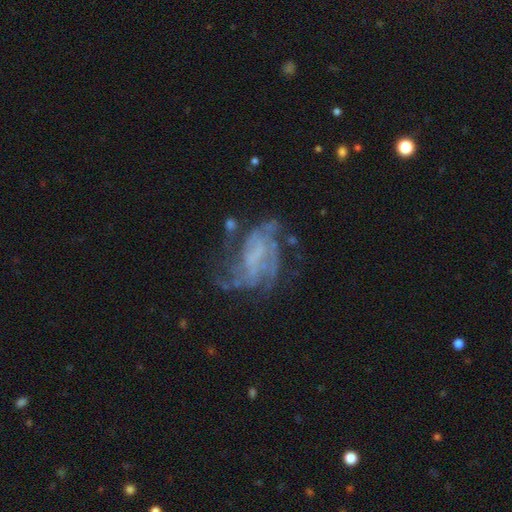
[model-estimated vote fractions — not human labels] Smooth or featured? featured or disk (76%)
Edge-on disk? no (97%)
Bar? no (51%)
Spiral arms? yes (82%)
Spiral winding? medium (41%)
Spiral arm count? can't tell (38%)
Bulge size? none (62%)
Merging? none (46%)